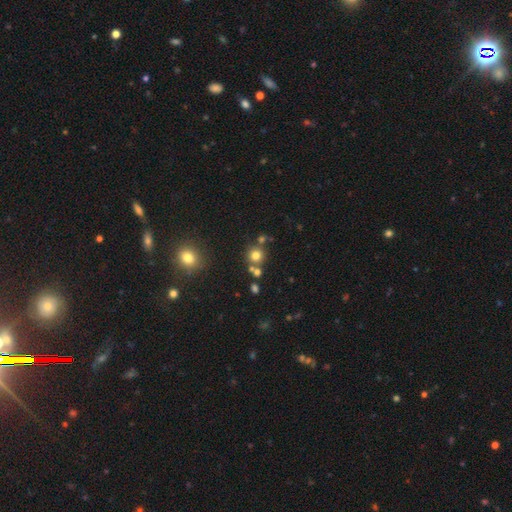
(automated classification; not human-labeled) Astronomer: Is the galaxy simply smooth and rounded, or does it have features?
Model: smooth — 75%.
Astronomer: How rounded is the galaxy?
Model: round — 91%.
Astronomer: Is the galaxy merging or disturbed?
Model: none — 69%.